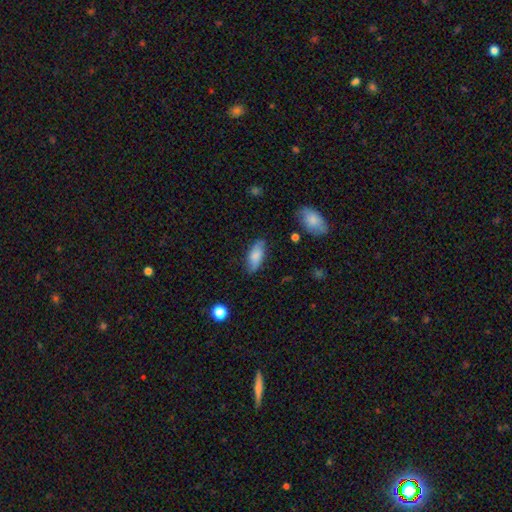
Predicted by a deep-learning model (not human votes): A smooth galaxy with no disk features (78%) that is in between round and cigar-shaped (80%).

Vote fractions:
- Smooth or featured? smooth: 78% / featured or disk: 15% / star or artifact: 7%
- How rounded? in between: 80% / cigar-shaped: 17% / round: 2%
- Merging? none: 78% / minor disturbance: 17% / major disturbance: 3% / merger: 2%